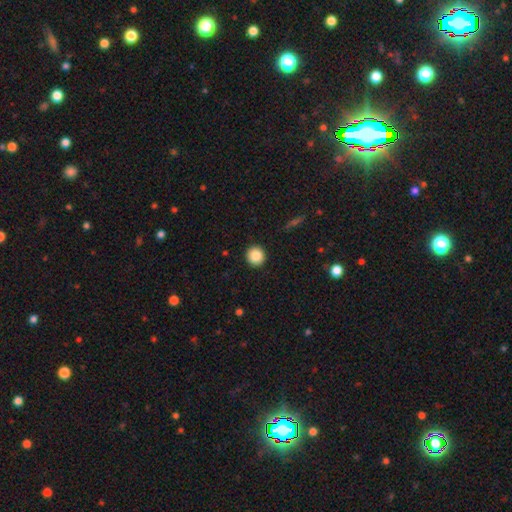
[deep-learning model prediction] Smooth or featured? smooth (87%)
How rounded? round (95%)
Merging? none (93%)